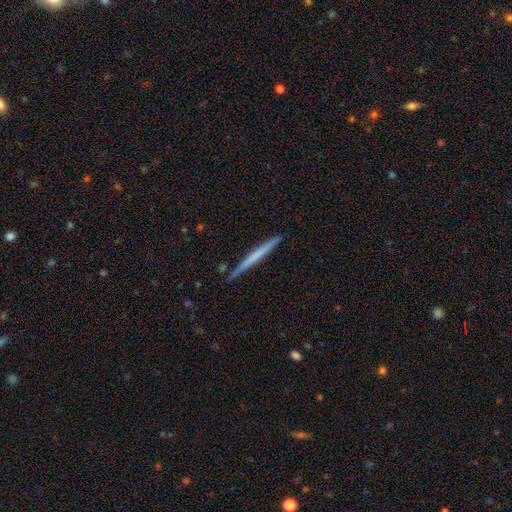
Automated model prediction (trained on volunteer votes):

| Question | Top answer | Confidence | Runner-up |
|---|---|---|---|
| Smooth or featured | smooth | 48% | featured or disk (47%) |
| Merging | none | 89% | minor disturbance (8%) |